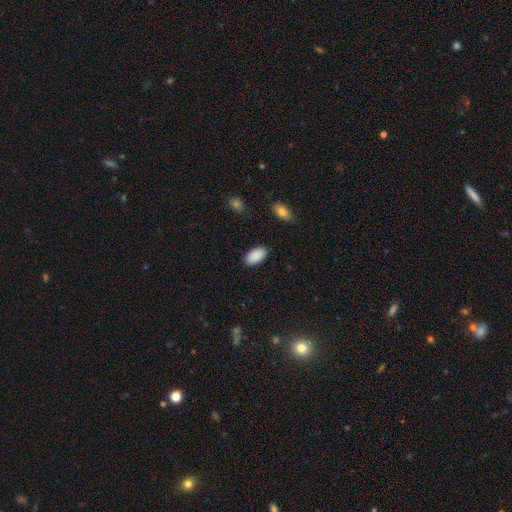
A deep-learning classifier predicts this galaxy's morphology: smooth_or_featured: smooth (p=0.90) [alt: star or artifact p=0.07]
how_rounded: in between (p=0.95) [alt: round p=0.03]
merging: none (p=0.87) [alt: minor disturbance p=0.09]